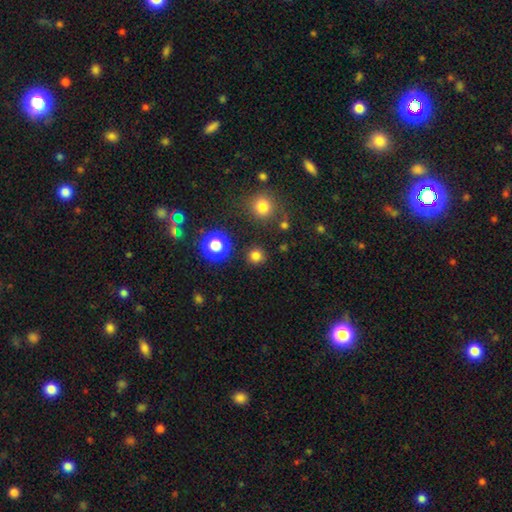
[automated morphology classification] The model was most divided on "smooth or featured": smooth: 78%, star or artifact: 18%, featured or disk: 4%. More confident: how rounded — round (93%); merging — none (88%).